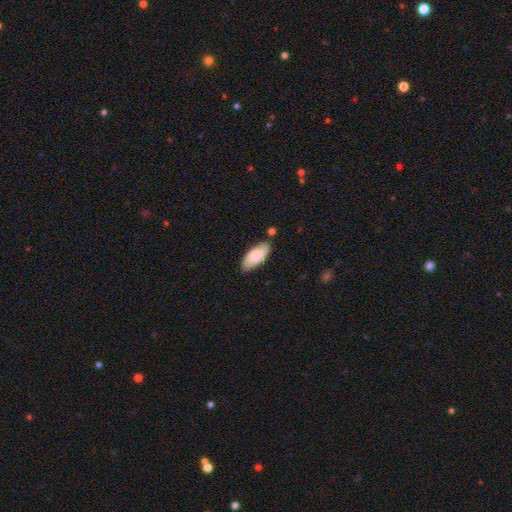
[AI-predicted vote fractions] Morphology: type=smooth (80%); roundness=in between (88%); merging=none (79%).